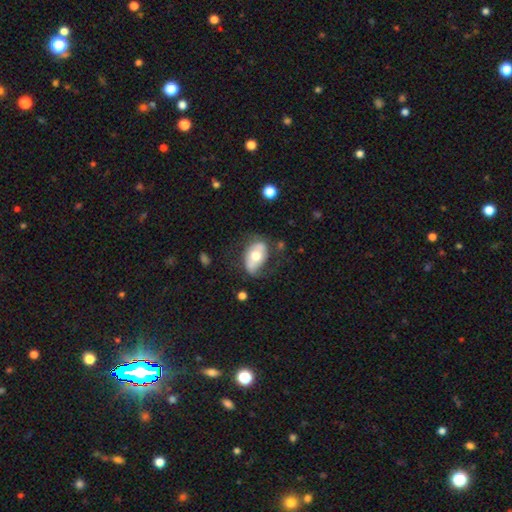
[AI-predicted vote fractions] This is possibly a smooth galaxy (49%). Merging: possibly none (57%).